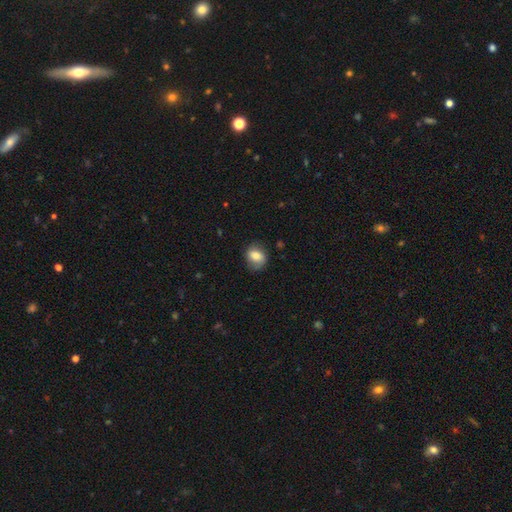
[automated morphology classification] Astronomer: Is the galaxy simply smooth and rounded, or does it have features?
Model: smooth — 69%.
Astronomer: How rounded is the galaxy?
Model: round — 50% (runner-up: in between, 49%).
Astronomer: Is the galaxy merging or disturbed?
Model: none — 71%.